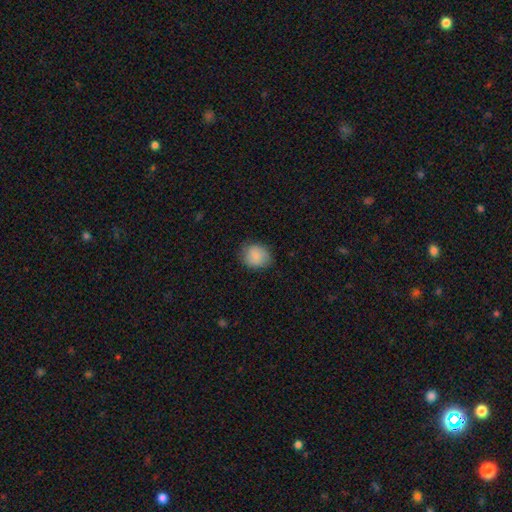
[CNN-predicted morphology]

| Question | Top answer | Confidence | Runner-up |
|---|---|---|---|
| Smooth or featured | smooth | 86% | star or artifact (8%) |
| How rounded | round | 65% | in between (34%) |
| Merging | none | 80% | minor disturbance (15%) |